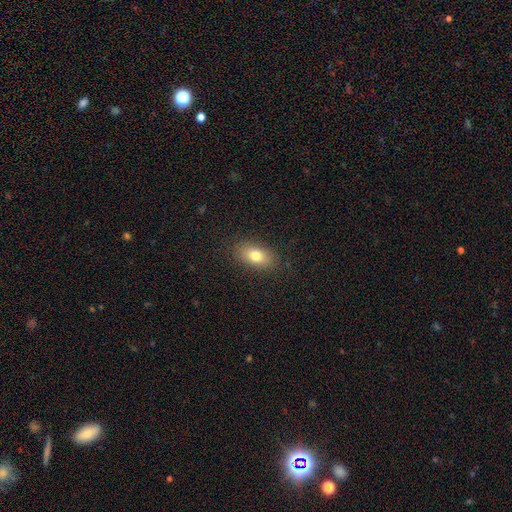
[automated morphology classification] Smooth or featured? Predicted: smooth (p=0.78). How rounded? Predicted: in between (p=0.87). Merging? Predicted: none (p=0.86).